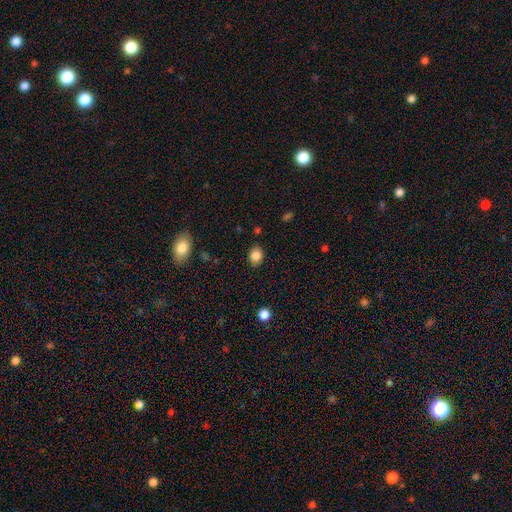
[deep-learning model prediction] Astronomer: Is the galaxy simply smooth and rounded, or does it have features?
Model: smooth — 85%.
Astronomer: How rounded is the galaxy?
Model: in between — 64%.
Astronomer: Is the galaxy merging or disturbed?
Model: none — 85%.